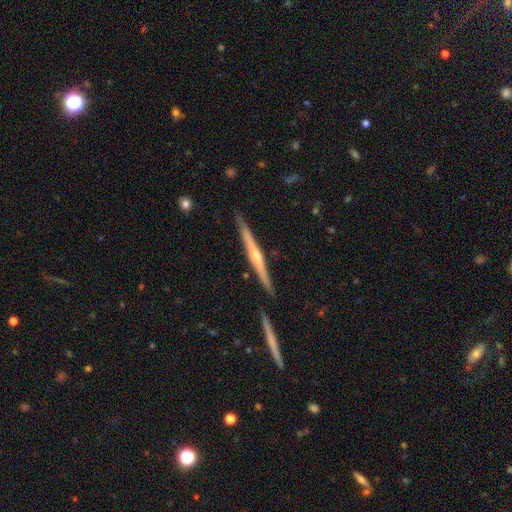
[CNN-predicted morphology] type=featured or disk (73%); edge-on=yes (98%); edge-on bulge=rounded (67%); merging=none (86%).